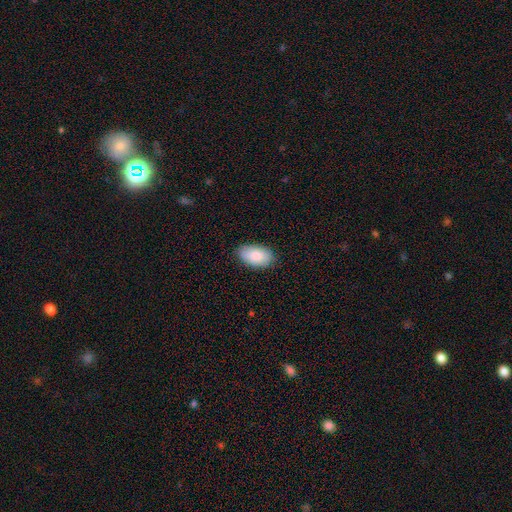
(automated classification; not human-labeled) Smooth or featured?
  - smooth: 86% *
  - featured or disk: 8%
  - star or artifact: 6%
How rounded?
  - in between: 95% *
  - round: 4%
  - cigar-shaped: 1%
Merging?
  - none: 84% *
  - minor disturbance: 13%
  - major disturbance: 2%
  - merger: 1%